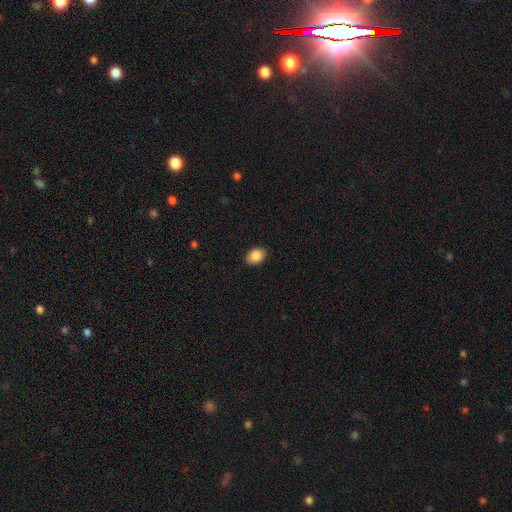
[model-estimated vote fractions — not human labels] Morphology: type=smooth (88%); roundness=in between (81%); merging=none (89%).